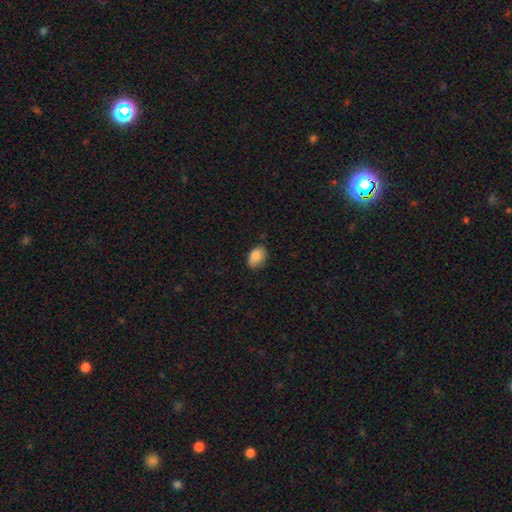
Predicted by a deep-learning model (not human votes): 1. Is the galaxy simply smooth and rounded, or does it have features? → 85% smooth, 8% star or artifact, 7% featured or disk.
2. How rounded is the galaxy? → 81% in between, 18% round, 1% cigar-shaped.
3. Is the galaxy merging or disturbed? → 69% none, 26% minor disturbance, 4% major disturbance, 1% merger.